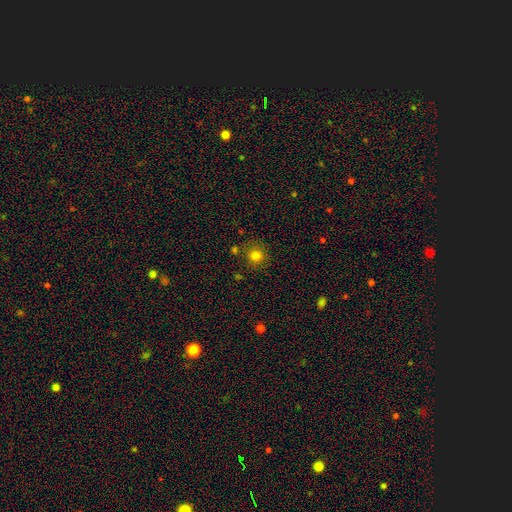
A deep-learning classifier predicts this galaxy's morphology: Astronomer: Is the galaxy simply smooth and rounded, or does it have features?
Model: smooth — 79%.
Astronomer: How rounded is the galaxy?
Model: round — 90%.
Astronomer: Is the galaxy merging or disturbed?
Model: none — 82%.